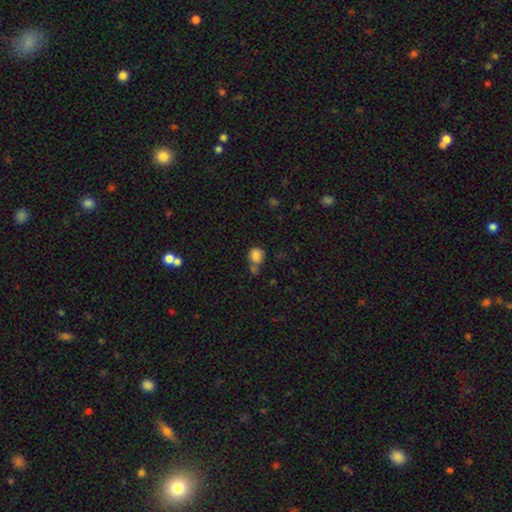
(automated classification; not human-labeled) smooth-or-featured: smooth: 83% | star or artifact: 10% | featured or disk: 6%
  how-rounded: round: 75% | in between: 24% | cigar-shaped: 1%
  merging: none: 46% | merger: 32% | minor disturbance: 16% | major disturbance: 7%